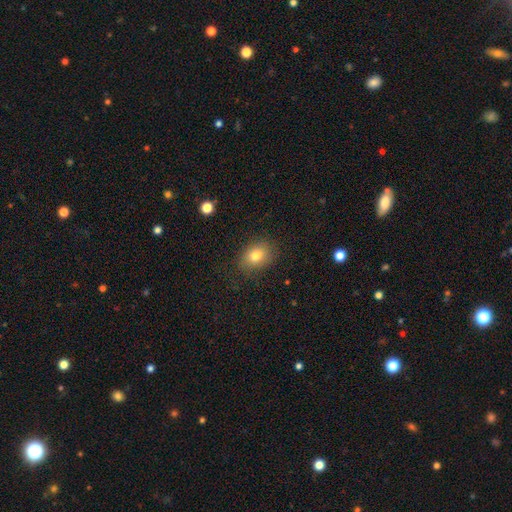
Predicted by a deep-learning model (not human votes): This is likely a smooth galaxy (79%). How rounded: likely in between (67%). Merging: clearly none (83%).